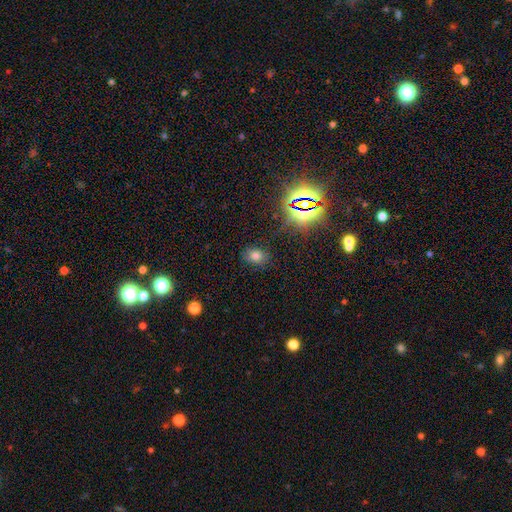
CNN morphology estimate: Smooth or featured? Predicted: smooth (p=0.70). How rounded? Predicted: in between (p=0.65). Merging? Predicted: none (p=0.84).